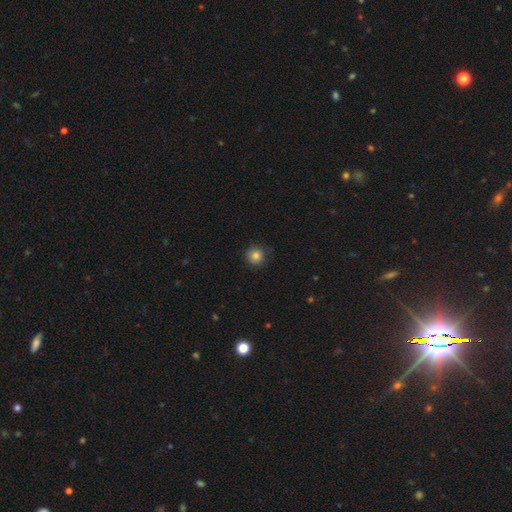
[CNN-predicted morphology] The model was most divided on "smooth or featured": smooth: 83%, star or artifact: 11%, featured or disk: 6%. More confident: how rounded — round (94%); merging — none (87%).